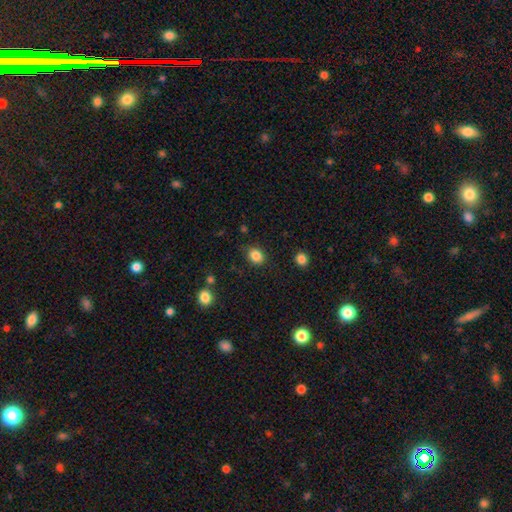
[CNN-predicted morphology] Smooth or featured? smooth (85%)
How rounded? round (53%)
Merging? none (84%)